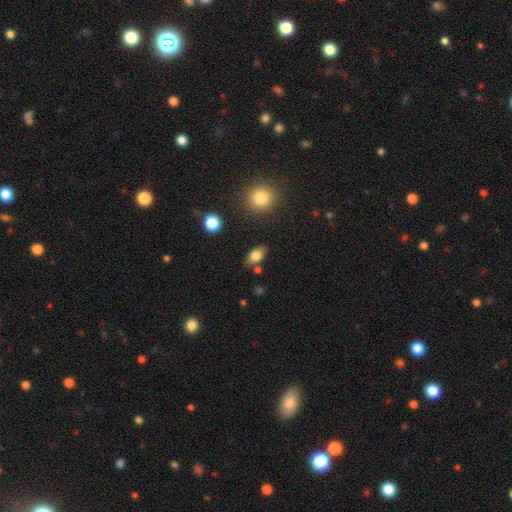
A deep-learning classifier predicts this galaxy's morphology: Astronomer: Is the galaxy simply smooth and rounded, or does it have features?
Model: smooth — 76%.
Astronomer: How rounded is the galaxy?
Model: in between — 84%.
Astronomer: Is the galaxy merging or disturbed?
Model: none — 79%.